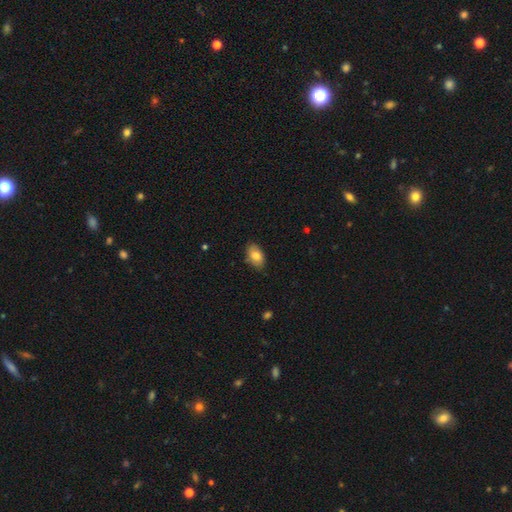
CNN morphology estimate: Smooth or featured? smooth (82%)
How rounded? in between (92%)
Merging? none (83%)